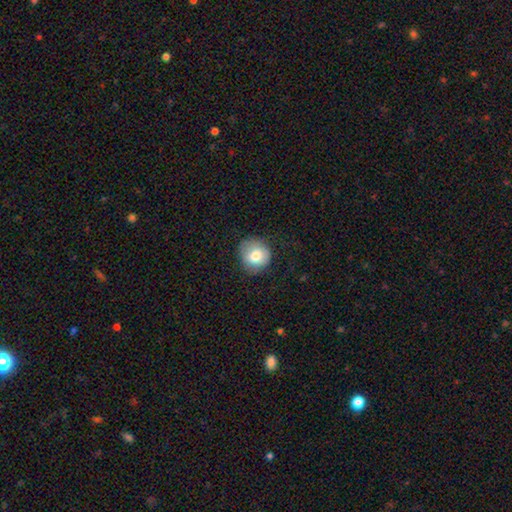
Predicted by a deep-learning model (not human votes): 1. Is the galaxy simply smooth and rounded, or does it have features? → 79% smooth, 13% featured or disk, 8% star or artifact.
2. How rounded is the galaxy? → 84% round, 15% in between, 1% cigar-shaped.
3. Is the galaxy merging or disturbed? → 72% none, 21% minor disturbance, 6% major disturbance, 1% merger.